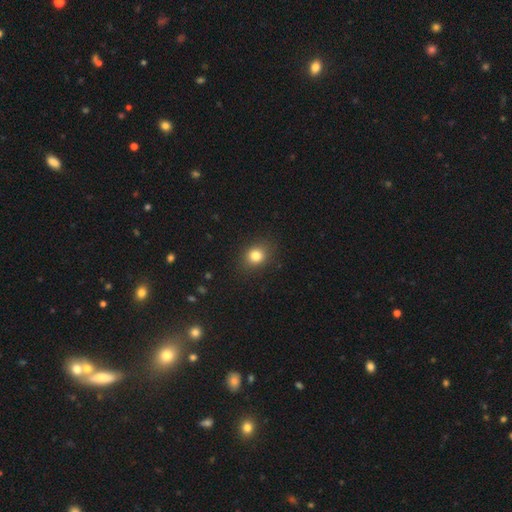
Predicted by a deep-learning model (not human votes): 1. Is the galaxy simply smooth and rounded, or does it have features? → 81% smooth, 12% star or artifact, 7% featured or disk.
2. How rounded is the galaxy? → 65% round, 34% in between, 1% cigar-shaped.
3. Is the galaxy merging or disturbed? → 86% none, 10% minor disturbance, 3% major disturbance, 1% merger.